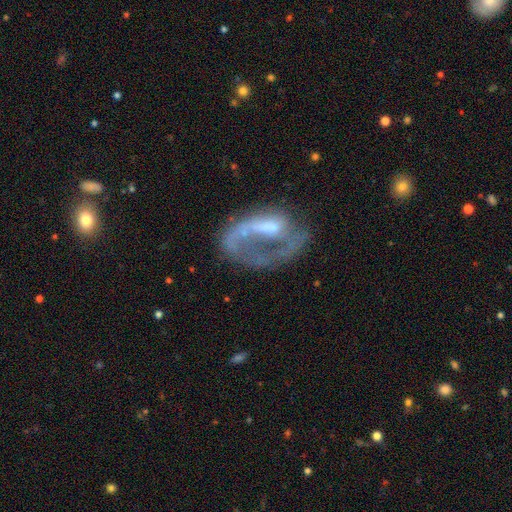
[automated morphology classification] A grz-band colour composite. It shows a featured or disk galaxy (69%) with no bar (61%), spiral arms (61%) and no central bulge (33%). Merging: major disturbance (44%).